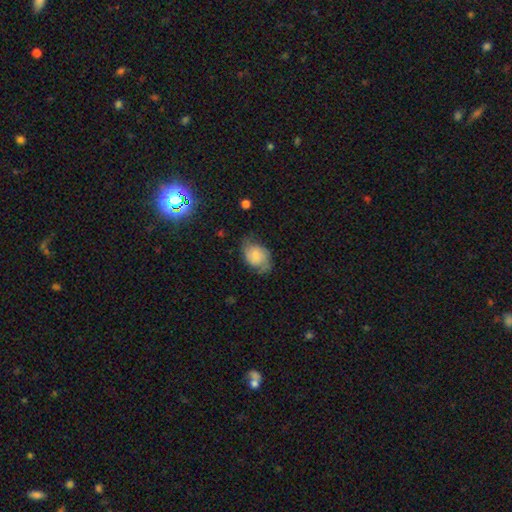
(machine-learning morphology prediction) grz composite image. It shows a smooth galaxy with no disk features (51%) that is in between round and cigar-shaped (75%). Merging: none (57%).